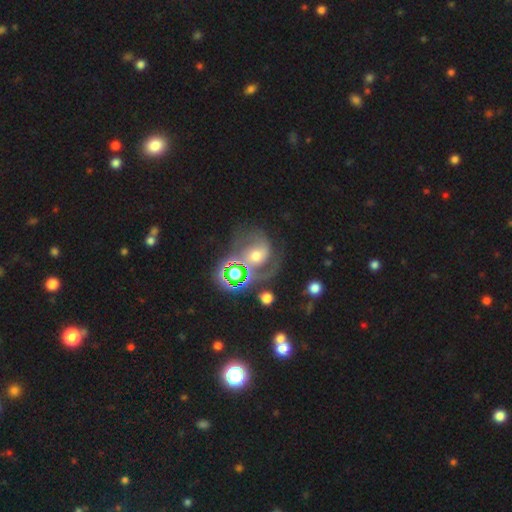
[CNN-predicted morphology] This appears to be a featured or disk galaxy (64%) with no bar (53%), 2 (69%) medium (47%) spiral arms (85%) and a moderate central bulge (56%). Merging: none (44%).